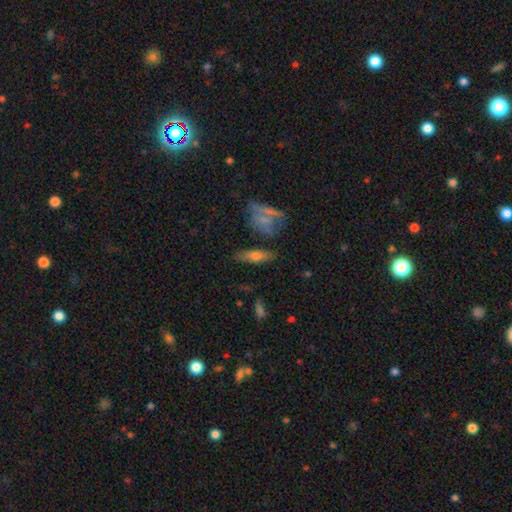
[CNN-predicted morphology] Smooth or featured? smooth (63%)
How rounded? in between (54%)
Merging? none (76%)